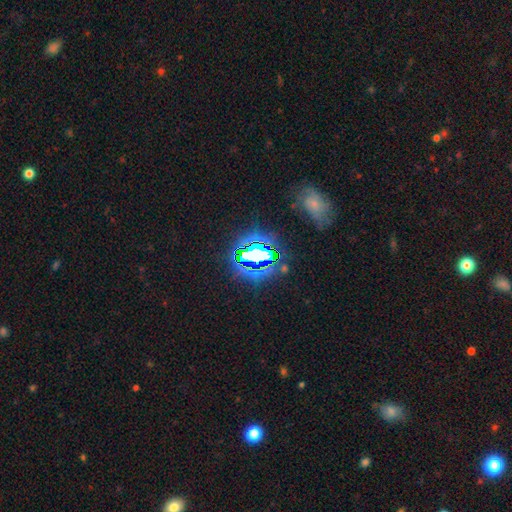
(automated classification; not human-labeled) This is likely a star or artifact rather than a galaxy (73%).